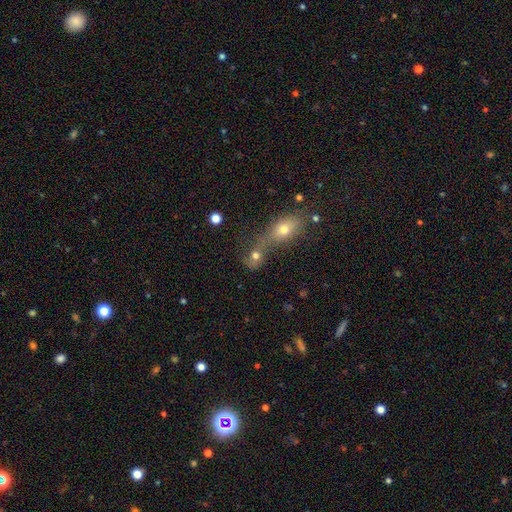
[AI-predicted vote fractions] Smooth or featured? Predicted: smooth (p=0.70). How rounded? Predicted: round (p=0.52). Merging? Predicted: merger (p=0.60).